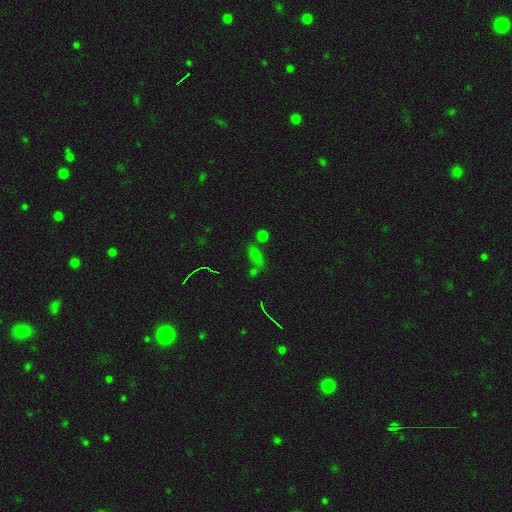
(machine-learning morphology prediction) smooth_or_featured: smooth (p=0.59) [alt: star or artifact p=0.30]
how_rounded: in between (p=0.66) [alt: cigar-shaped p=0.18]
merging: none (p=0.55) [alt: merger p=0.19]